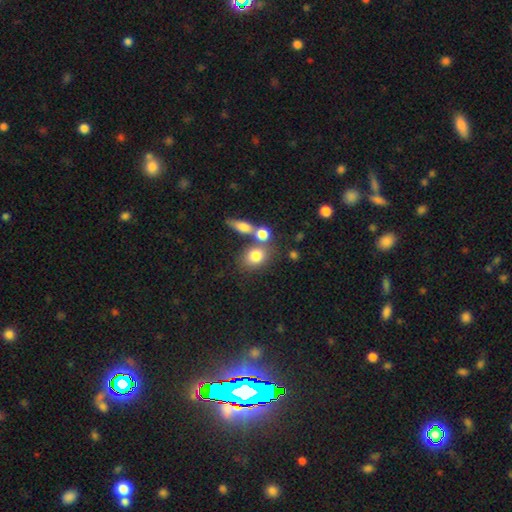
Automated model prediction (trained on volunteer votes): Smooth or featured? Predicted: smooth (p=0.79). How rounded? Predicted: round (p=0.53). Merging? Predicted: none (p=0.54).